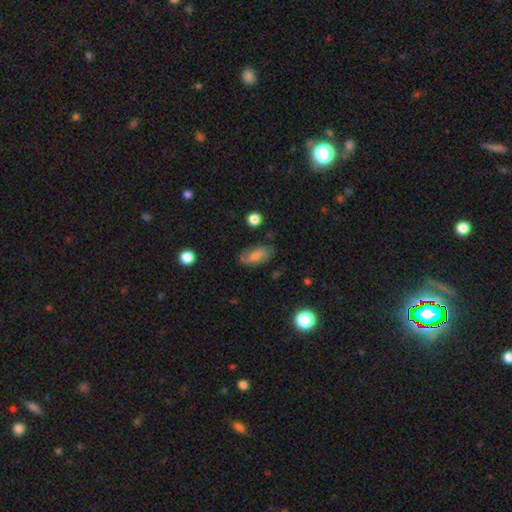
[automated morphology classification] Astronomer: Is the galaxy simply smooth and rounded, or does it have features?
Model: smooth — 48% (runner-up: featured or disk, 42%).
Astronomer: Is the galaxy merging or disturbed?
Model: none — 71%.